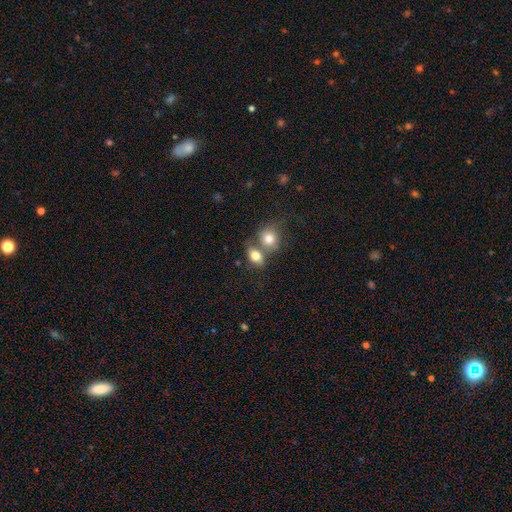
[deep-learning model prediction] The model was most divided on "merging": merger: 48%, none: 37%, minor disturbance: 10%, major disturbance: 5%. More confident: smooth or featured — smooth (79%); how rounded — in between (69%).